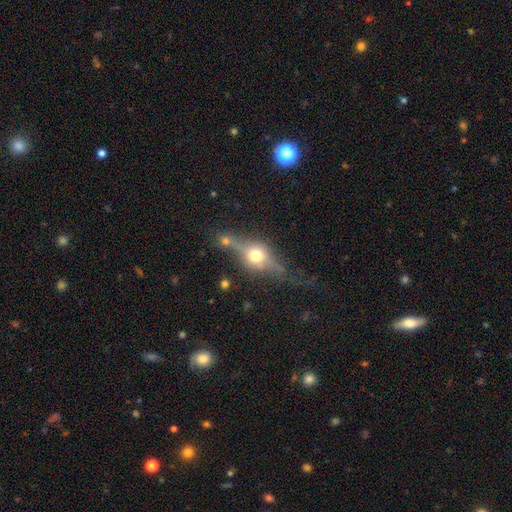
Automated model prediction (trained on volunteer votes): smooth-or-featured: featured or disk: 64% | smooth: 23% | star or artifact: 14%
  disk-edge-on: yes: 86% | no: 14%
    edge-on-bulge: rounded: 95% | boxy: 4% | none: 2%
  merging: none: 60% | minor disturbance: 20% | major disturbance: 11% | merger: 9%